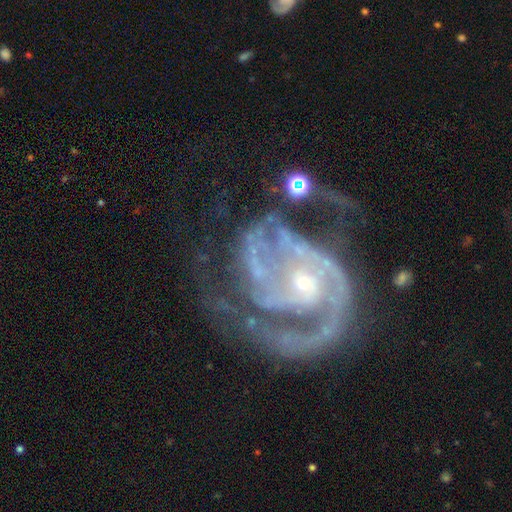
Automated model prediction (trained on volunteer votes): Smooth or featured? Predicted: featured or disk (p=0.90). Edge-on disk? Predicted: no (p=0.98). Bar? Predicted: no (p=0.62). Spiral arms? Predicted: yes (p=0.96). Spiral winding? Predicted: medium (p=0.47). Spiral arm count? Predicted: 2 (p=0.47). Bulge size? Predicted: small (p=0.78). Merging? Predicted: none (p=0.39).